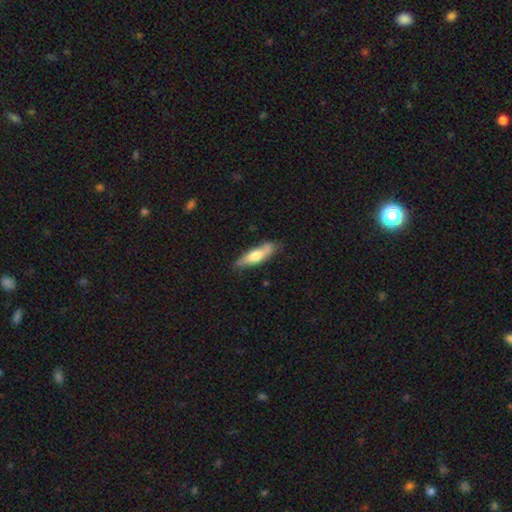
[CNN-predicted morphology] This appears to be a smooth galaxy with no disk features (58%) that is cigar-shaped (66%). Merging: none (70%).